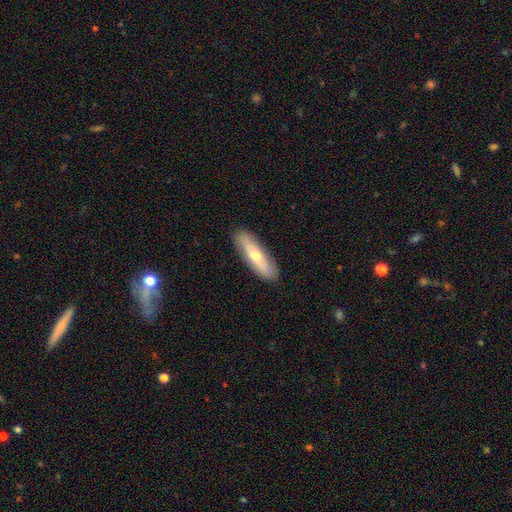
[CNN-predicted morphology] This appears to be a smooth galaxy with no disk features (52%) that is cigar-shaped (60%). Merging: none (87%).